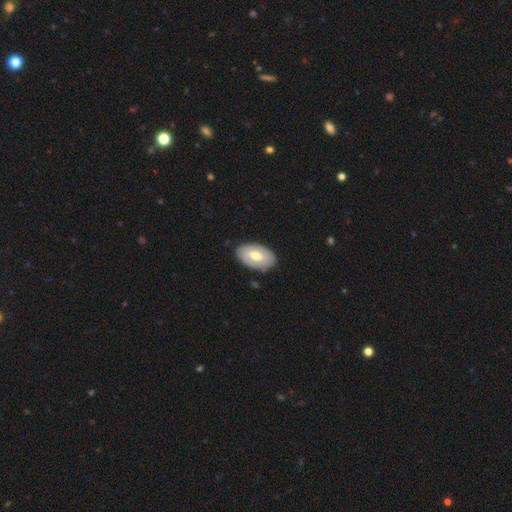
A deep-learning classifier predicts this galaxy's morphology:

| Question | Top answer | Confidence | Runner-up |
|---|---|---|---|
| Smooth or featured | smooth | 49% | featured or disk (46%) |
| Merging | none | 83% | minor disturbance (13%) |